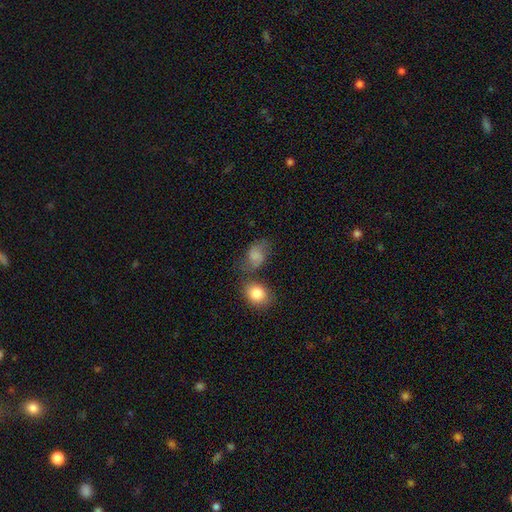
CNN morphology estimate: smooth_or_featured: smooth (p=0.68) [alt: featured or disk p=0.20]
how_rounded: in between (p=0.69) [alt: round p=0.29]
merging: none (p=0.50) [alt: minor disturbance p=0.21]